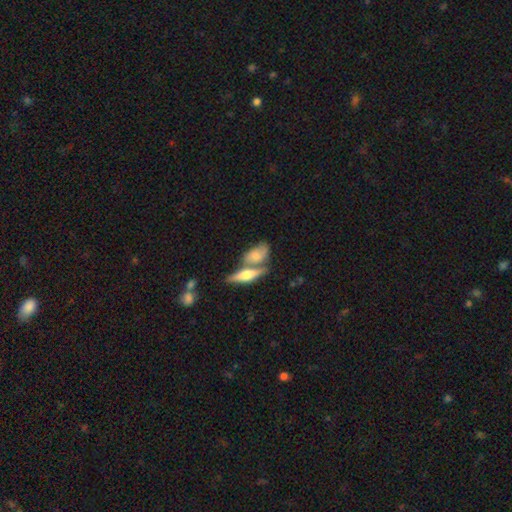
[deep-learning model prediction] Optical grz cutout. It shows a smooth galaxy with no disk features (54%) that is in between round and cigar-shaped (74%). Merging: merger (41%).